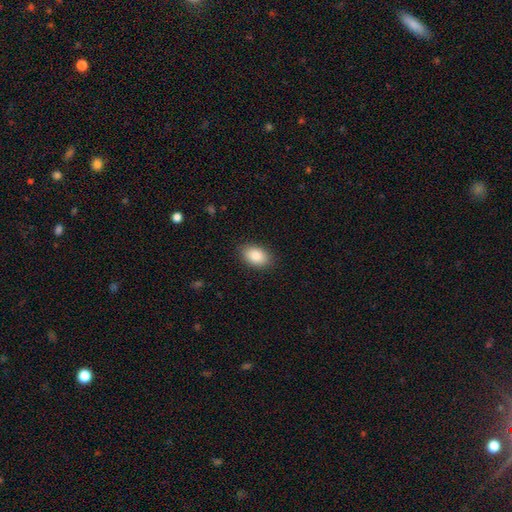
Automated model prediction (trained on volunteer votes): A smooth galaxy with no disk features (87%) that is in between round and cigar-shaped (89%).

Vote fractions:
- Smooth or featured? smooth: 87% / star or artifact: 7% / featured or disk: 6%
- How rounded? in between: 89% / round: 10% / cigar-shaped: 1%
- Merging? none: 87% / minor disturbance: 9% / major disturbance: 2% / merger: 1%